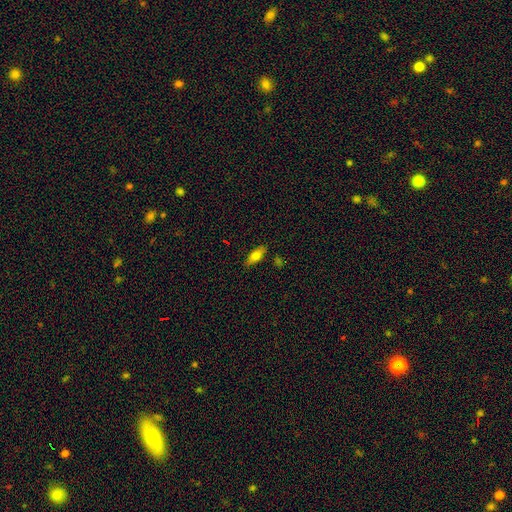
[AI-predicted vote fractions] smooth 71%, featured or disk 21%, star or artifact 8%. Down the decision tree: how rounded — in between (75%); merging — none (82%).